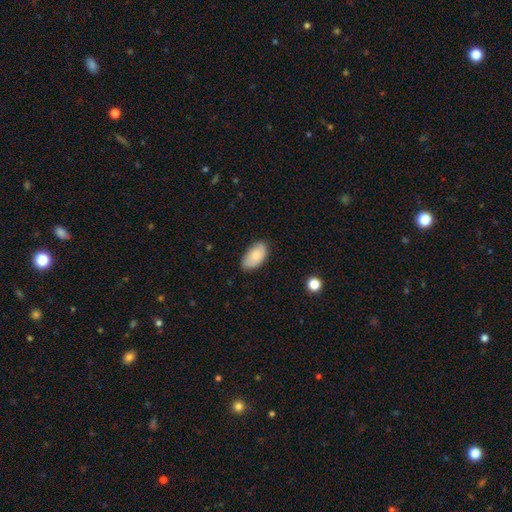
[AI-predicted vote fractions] Smooth or featured? smooth (84%)
How rounded? in between (95%)
Merging? none (78%)